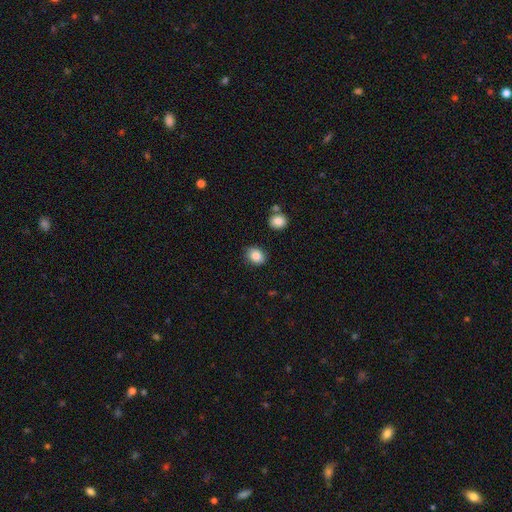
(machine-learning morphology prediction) type=smooth (85%); roundness=in between (53%); merging=none (84%).